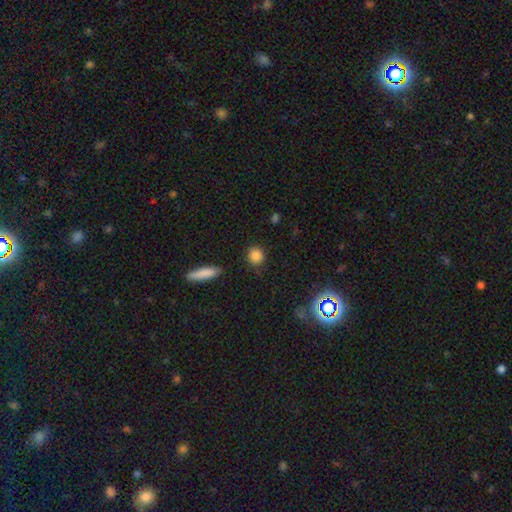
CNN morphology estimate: A smooth galaxy with no disk features (86%) that is round (87%). Merging: none (87%).